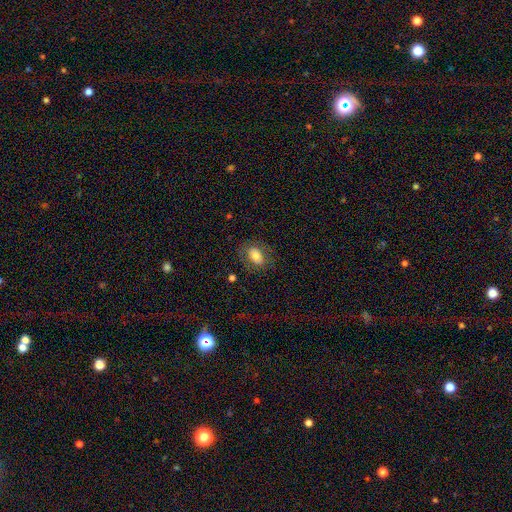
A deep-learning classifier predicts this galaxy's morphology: Smooth or featured?
  - smooth: 73% *
  - featured or disk: 18%
  - star or artifact: 9%
How rounded?
  - in between: 83% *
  - round: 16%
  - cigar-shaped: 2%
Merging?
  - none: 75% *
  - minor disturbance: 15%
  - major disturbance: 9%
  - merger: 1%